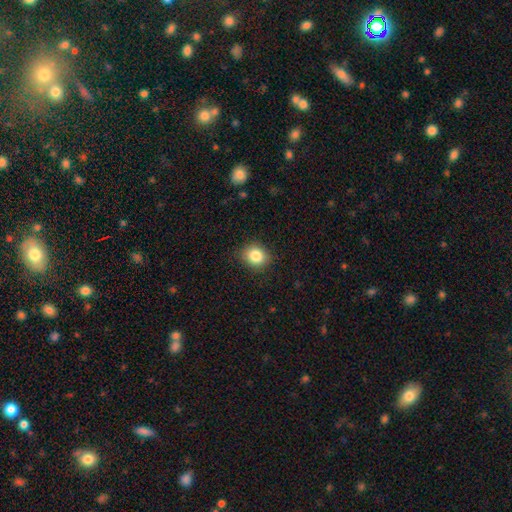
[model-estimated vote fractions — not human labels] Smooth or featured? Predicted: smooth (p=0.84). How rounded? Predicted: round (p=0.69). Merging? Predicted: none (p=0.86).